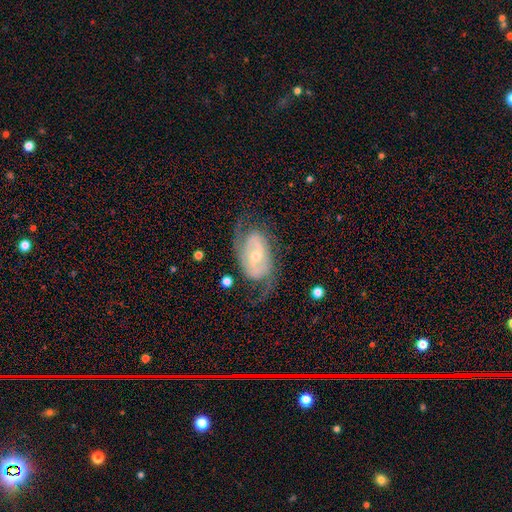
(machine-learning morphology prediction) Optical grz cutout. It shows a featured or disk galaxy (81%) with a weak bar (39%, tied with no), 2 (75%) medium (43%) spiral arms (88%) and a small central bulge (55%). Merging: none (62%).